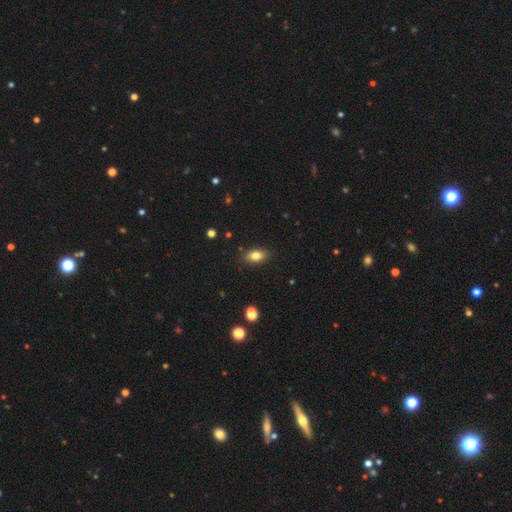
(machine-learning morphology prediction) A smooth galaxy with no disk features (80%) that is in between round and cigar-shaped (87%).

Vote fractions:
- Smooth or featured? smooth: 80% / featured or disk: 10% / star or artifact: 9%
- How rounded? in between: 87% / round: 10% / cigar-shaped: 4%
- Merging? none: 87% / minor disturbance: 9% / major disturbance: 2% / merger: 1%